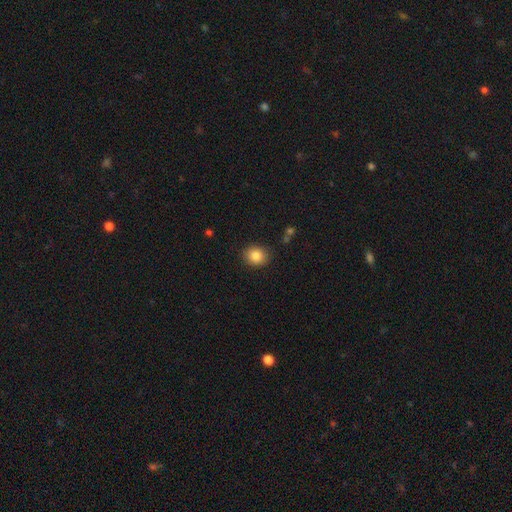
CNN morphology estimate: Smooth or featured? Predicted: smooth (p=0.85). How rounded? Predicted: round (p=0.73). Merging? Predicted: none (p=0.88).